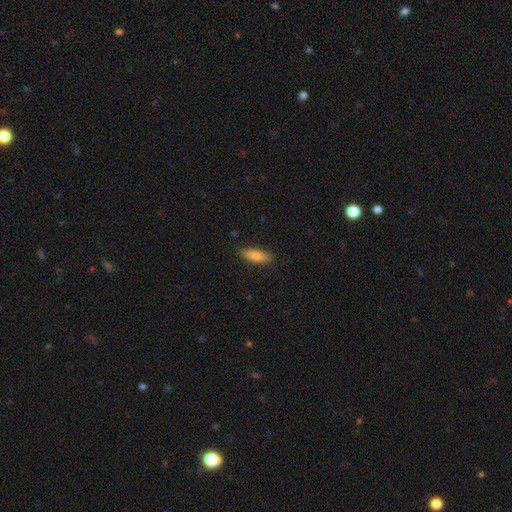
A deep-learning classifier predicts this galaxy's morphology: Smooth or featured?
  - smooth: 81% *
  - featured or disk: 12%
  - star or artifact: 6%
How rounded?
  - cigar-shaped: 51% *
  - in between: 47%
  - round: 2%
Merging?
  - none: 85% *
  - minor disturbance: 12%
  - major disturbance: 2%
  - merger: 1%